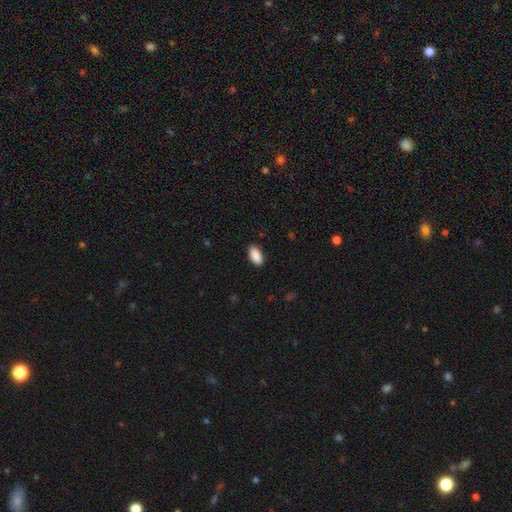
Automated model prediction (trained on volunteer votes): A smooth galaxy with no disk features (90%) that is in between round and cigar-shaped (94%).

Vote fractions:
- Smooth or featured? smooth: 90% / star or artifact: 7% / featured or disk: 3%
- How rounded? in between: 94% / cigar-shaped: 3% / round: 3%
- Merging? none: 88% / minor disturbance: 9% / major disturbance: 2% / merger: 1%